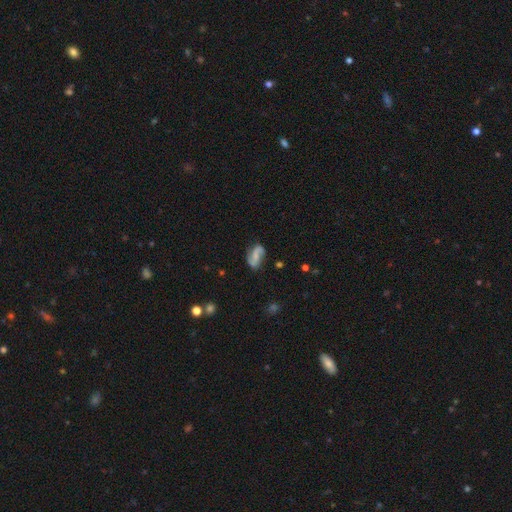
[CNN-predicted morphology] featured or disk 80%, smooth 14%, star or artifact 7%. Down the decision tree: edge-on disk — no (97%); bar — weak (41%); spiral arms — yes (95%); spiral arm count — 2 (92%); spiral winding — loose (54%); bulge size — small (39%); merging — none (76%).